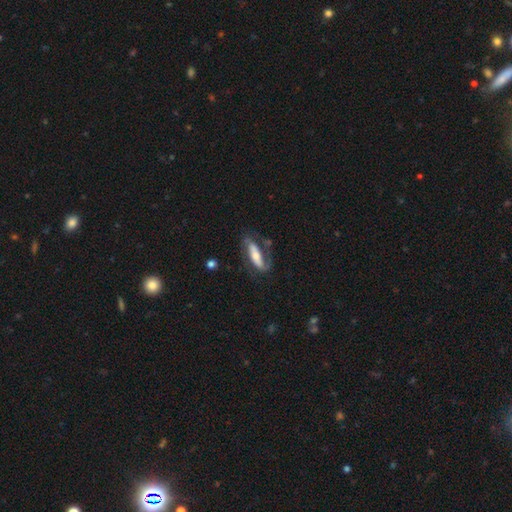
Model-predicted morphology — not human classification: The model was most divided on "smooth or featured": featured or disk: 63%, smooth: 31%, star or artifact: 6%. More confident: edge-on disk — no (78%); merging — none (58%).